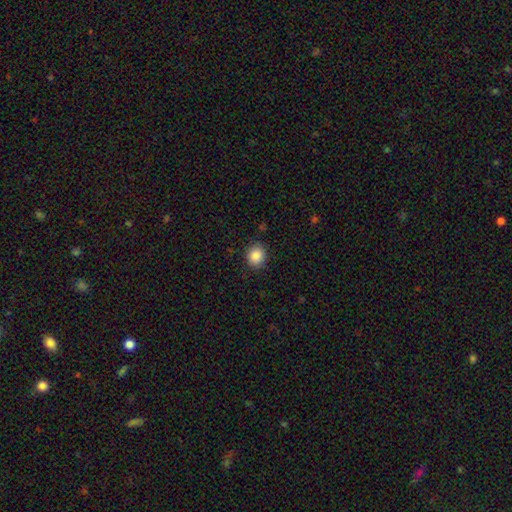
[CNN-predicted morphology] smooth_or_featured: smooth (p=0.87) [alt: star or artifact p=0.09]
how_rounded: round (p=0.77) [alt: in between p=0.22]
merging: none (p=0.88) [alt: minor disturbance p=0.09]